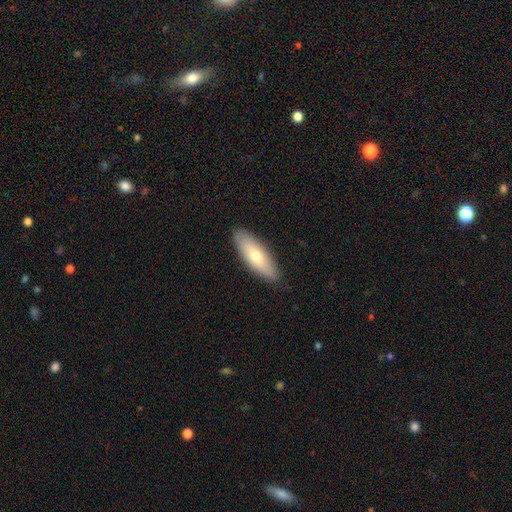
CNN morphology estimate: This appears to be a smooth galaxy with no disk features (68%) that is in between round and cigar-shaped (60%). Merging: none (87%).